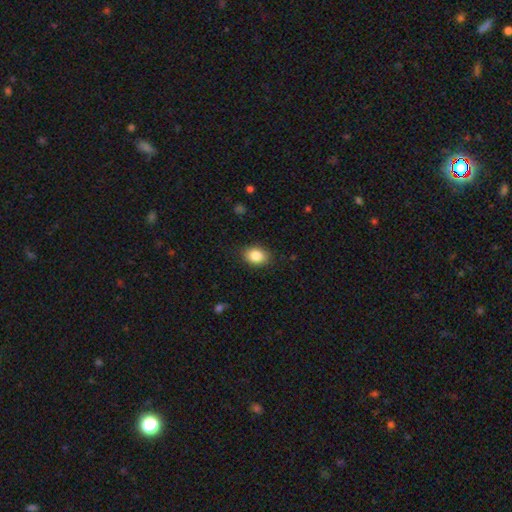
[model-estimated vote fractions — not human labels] smooth-or-featured: smooth: 86% | star or artifact: 8% | featured or disk: 6%
  how-rounded: in between: 71% | round: 28% | cigar-shaped: 1%
  merging: none: 86% | minor disturbance: 11% | major disturbance: 3% | merger: 1%